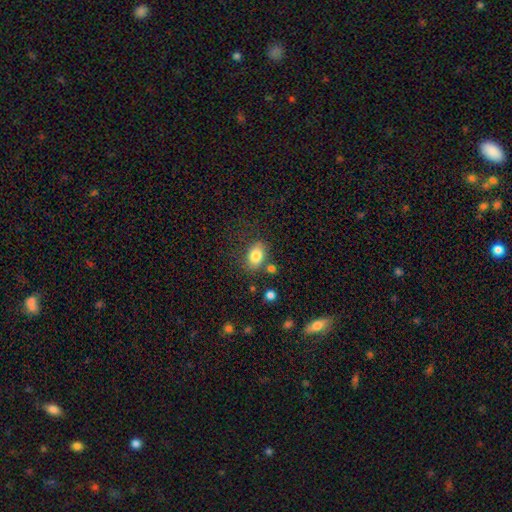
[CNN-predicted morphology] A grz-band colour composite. It shows a smooth galaxy with no disk features (83%) that is in between round and cigar-shaped (80%). Merging: none (70%).